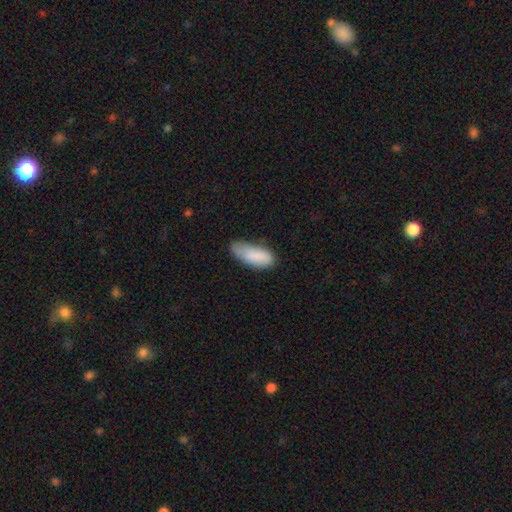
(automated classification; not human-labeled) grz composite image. It shows a smooth galaxy with no disk features (85%) that is in between round and cigar-shaped (81%). Merging: none (44%).